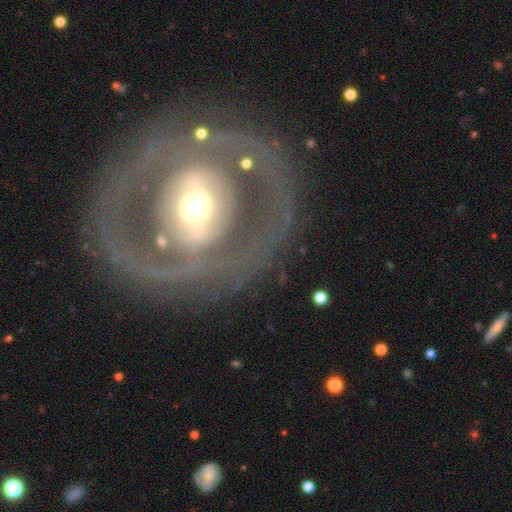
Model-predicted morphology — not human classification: This is likely a featured or disk galaxy (70%). It is clearly not viewed edge-on (92%). Bar: marginally no (37%). Spiral arm pattern: likely no (66%). Central bulge: possibly moderate (58%). Merging: likely none (76%).